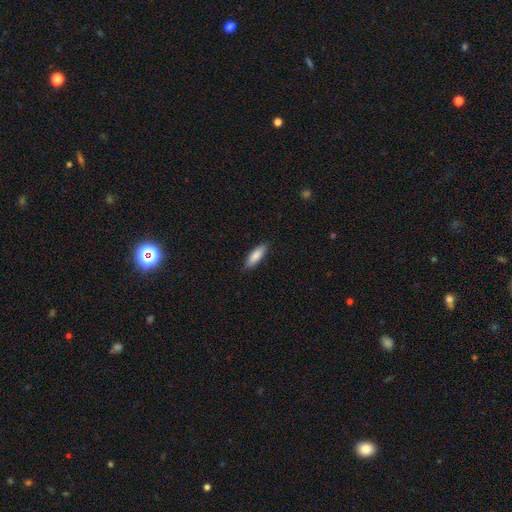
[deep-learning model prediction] A smooth galaxy with no disk features (87%) that is in between round and cigar-shaped (54%).

Vote fractions:
- Smooth or featured? smooth: 87% / featured or disk: 8% / star or artifact: 6%
- How rounded? in between: 54% / cigar-shaped: 44% / round: 2%
- Merging? none: 88% / minor disturbance: 9% / major disturbance: 2% / merger: 1%